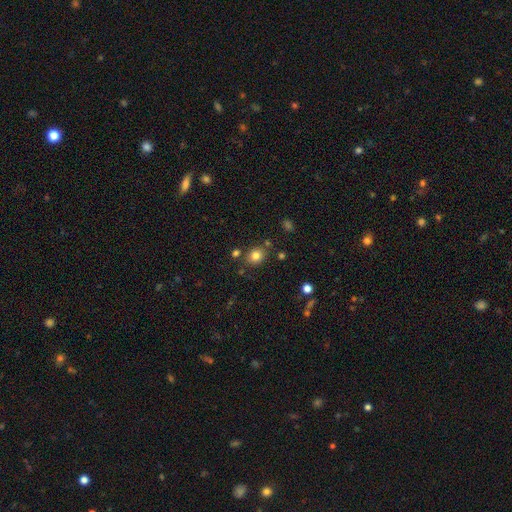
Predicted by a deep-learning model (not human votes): Smooth or featured? smooth (80%)
How rounded? round (69%)
Merging? none (80%)